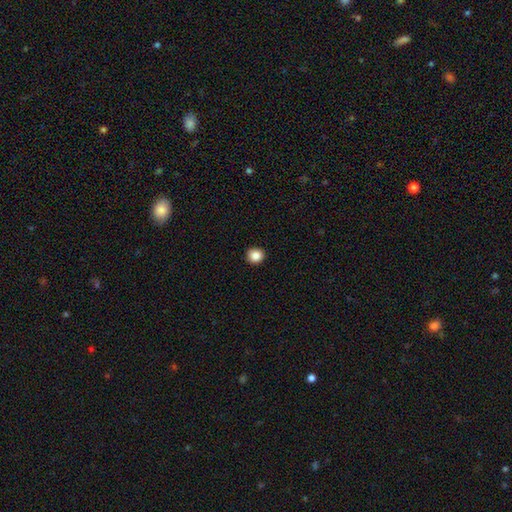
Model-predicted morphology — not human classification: This appears to be a smooth galaxy with no disk features (86%) that is round (89%). Merging: none (93%).